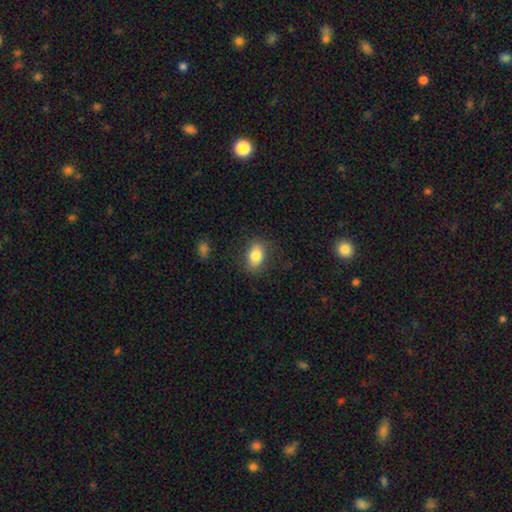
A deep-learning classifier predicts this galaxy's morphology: A smooth galaxy with no disk features (82%) that is in between round and cigar-shaped (84%). Merging: none (80%).